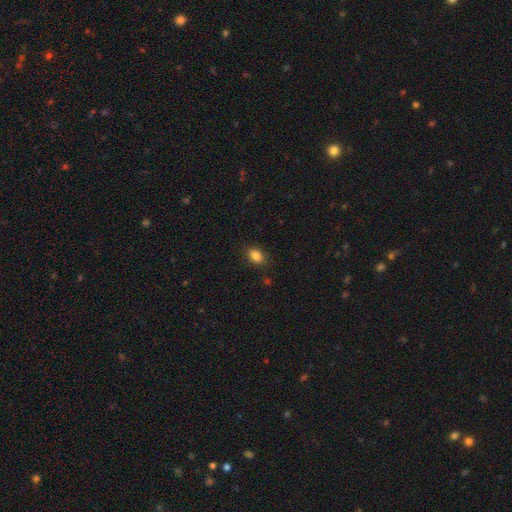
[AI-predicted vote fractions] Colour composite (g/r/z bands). It shows a smooth galaxy with no disk features (86%) that is in between round and cigar-shaped (84%). Merging: none (85%).